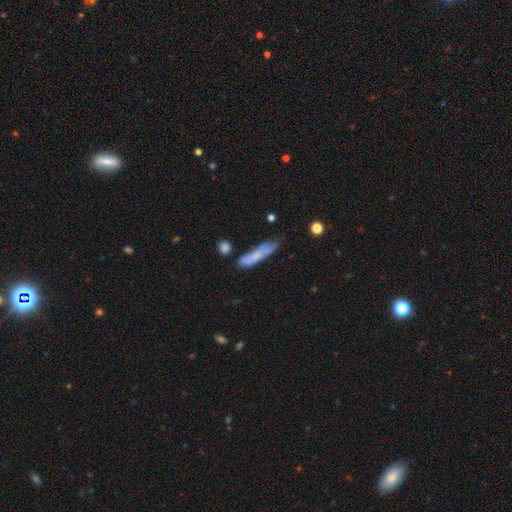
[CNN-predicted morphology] Overall: smooth (67%). How rounded: cigar-shaped (79%). Merging: none (59%; minor disturbance 26%).